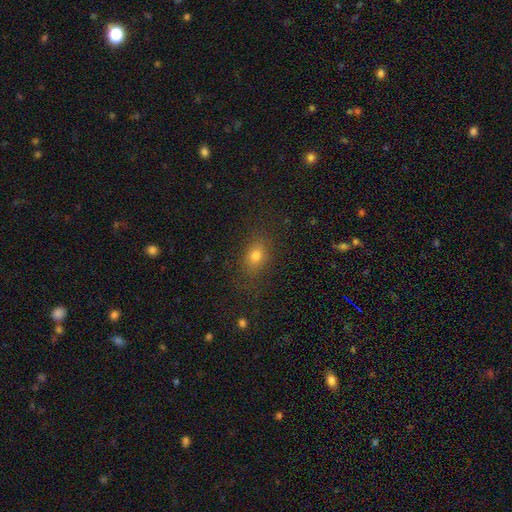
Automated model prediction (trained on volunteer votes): Smooth or featured? smooth (76%)
How rounded? in between (60%)
Merging? none (81%)